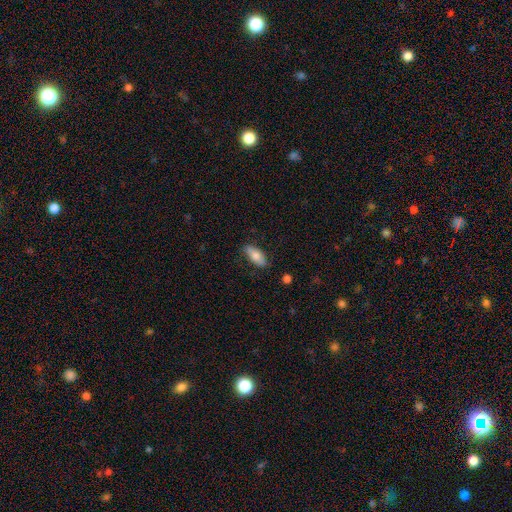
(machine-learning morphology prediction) This appears to be a smooth galaxy with no disk features (76%) that is in between round and cigar-shaped (80%). Merging: none (84%).